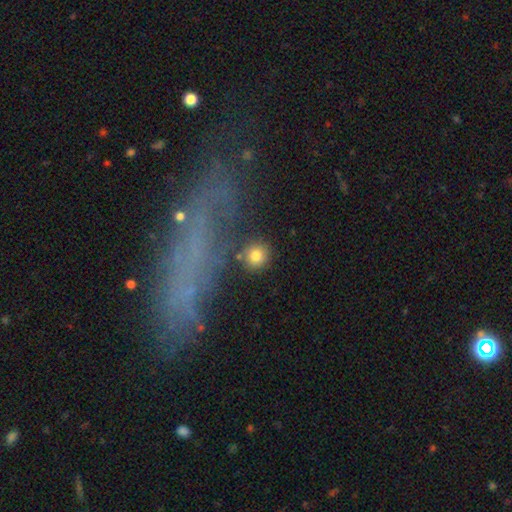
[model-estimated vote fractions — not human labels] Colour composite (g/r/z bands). It shows a smooth galaxy with no disk features (81%) that is round (92%). Merging: none (82%).